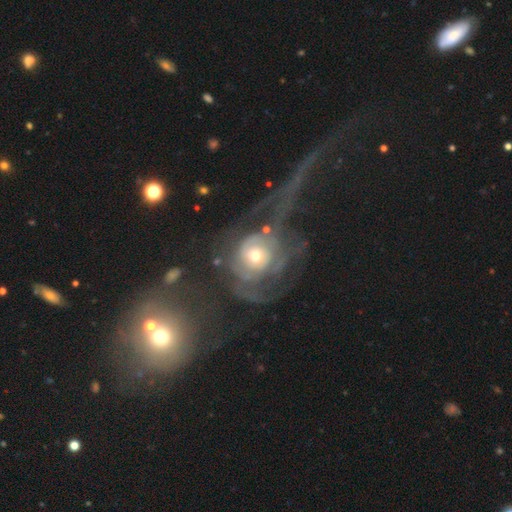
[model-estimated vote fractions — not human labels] Morphology: type=featured or disk (74%); edge-on=no (97%); bar=no (78%); spiral arms=yes (70%); bulge=moderate (61%); merging=major disturbance (54%).